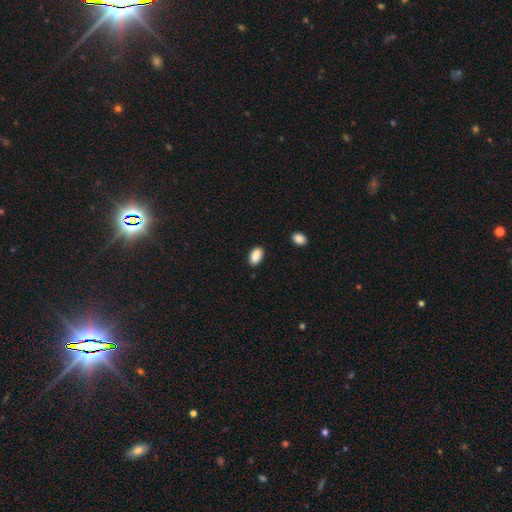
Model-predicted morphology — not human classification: Overall: smooth (90%). How rounded: in between (93%). Merging: none (87%).